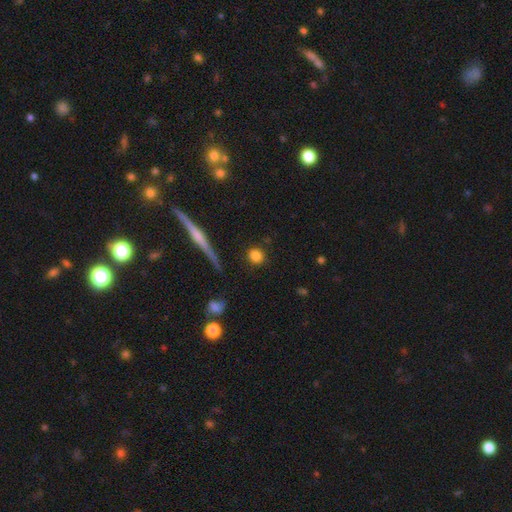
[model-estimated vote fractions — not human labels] A smooth galaxy with no disk features (83%) that is round (87%). Merging: none (88%).